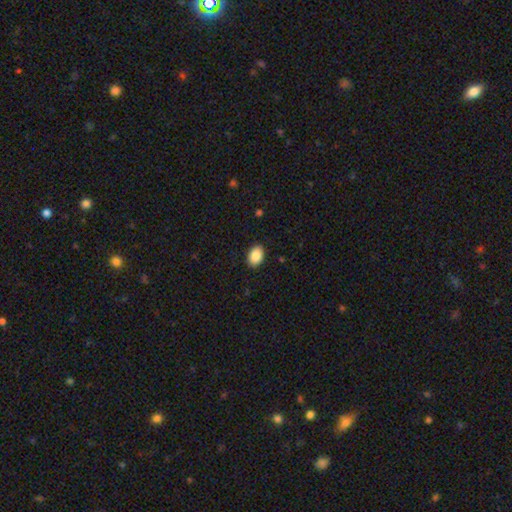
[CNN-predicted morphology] Smooth or featured? smooth (89%)
How rounded? in between (88%)
Merging? none (90%)